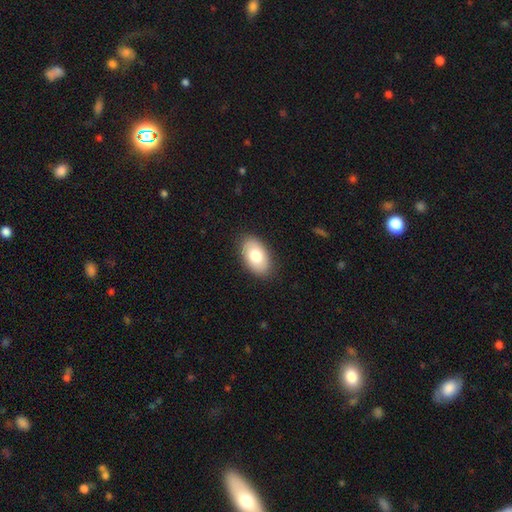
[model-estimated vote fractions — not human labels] Overall: smooth (77%). How rounded: in between (93%). Merging: none (87%).